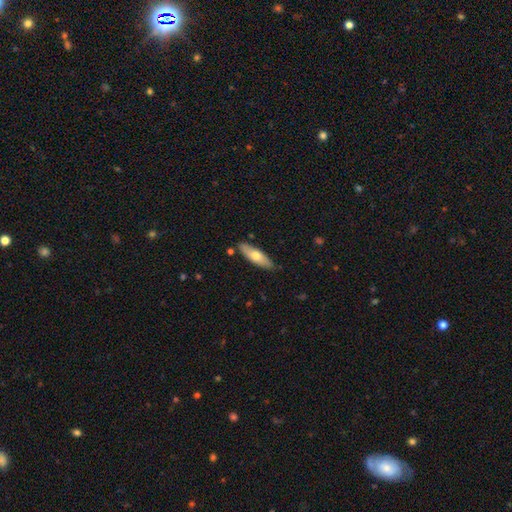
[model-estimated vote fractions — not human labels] This appears to be a smooth galaxy with no disk features (61%) that is in between round and cigar-shaped (54%). Merging: none (84%).